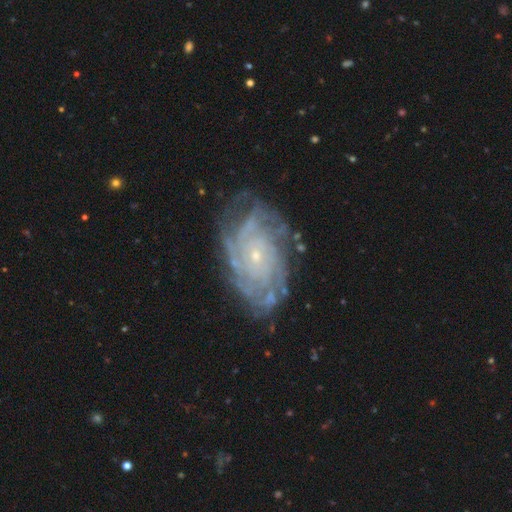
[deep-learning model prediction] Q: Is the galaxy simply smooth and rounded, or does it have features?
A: featured or disk — 86%.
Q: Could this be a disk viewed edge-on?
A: no — 96%.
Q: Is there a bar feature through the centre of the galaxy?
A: no — 80%.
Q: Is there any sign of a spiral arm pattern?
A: yes — 95%.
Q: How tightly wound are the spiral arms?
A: tight — 74%.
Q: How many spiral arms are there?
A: can't tell — 32%.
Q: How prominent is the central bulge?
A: small — 84%.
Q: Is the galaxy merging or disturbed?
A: none — 74%.